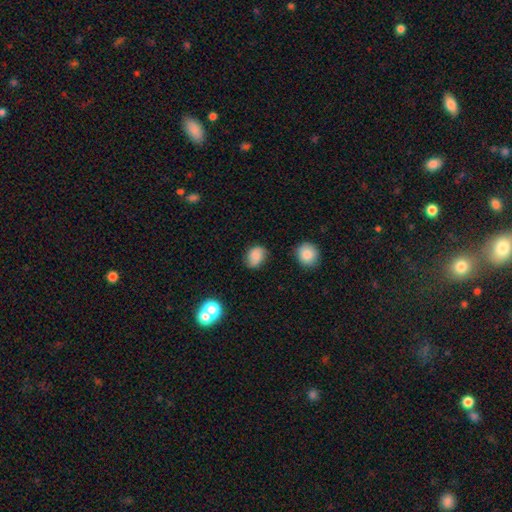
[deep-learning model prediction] smooth_or_featured: smooth (p=0.77) [alt: featured or disk p=0.13]
how_rounded: in between (p=0.61) [alt: round p=0.38]
merging: none (p=0.72) [alt: minor disturbance p=0.21]